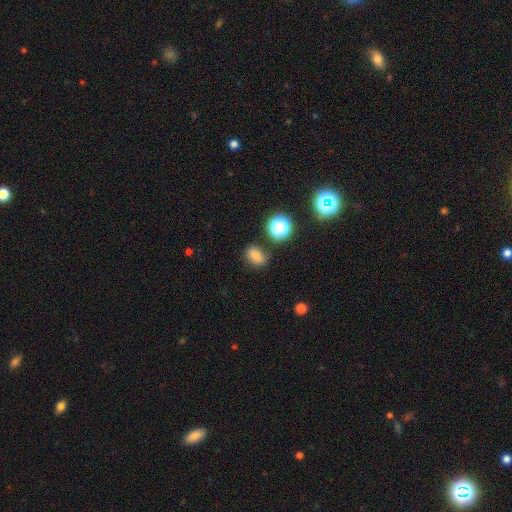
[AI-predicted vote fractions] smooth_or_featured: smooth (p=0.74) [alt: star or artifact p=0.18]
how_rounded: in between (p=0.65) [alt: round p=0.34]
merging: none (p=0.76) [alt: minor disturbance p=0.15]